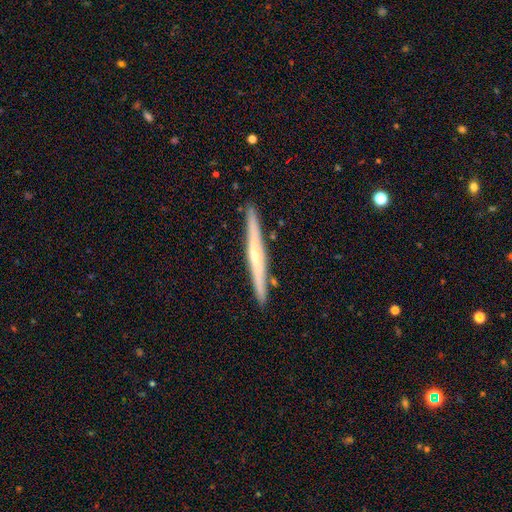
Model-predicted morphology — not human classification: This appears to be a featured or disk galaxy (62%) viewed edge-on (97%) with no central bulge (51%). Merging: none (90%).